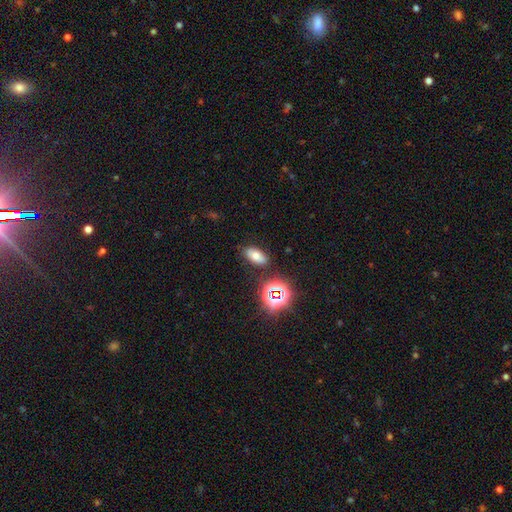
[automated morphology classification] Smooth or featured? Predicted: smooth (p=0.64). How rounded? Predicted: in between (p=0.87). Merging? Predicted: none (p=0.83).